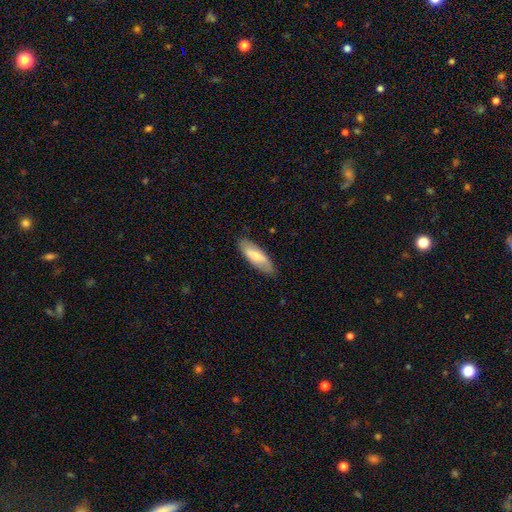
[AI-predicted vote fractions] Q: Smooth or featured?
A: smooth (68%); runner-up: featured or disk (26%)
Q: How rounded?
A: in between (65%); runner-up: cigar-shaped (33%)
Q: Merging?
A: none (83%); runner-up: minor disturbance (13%)